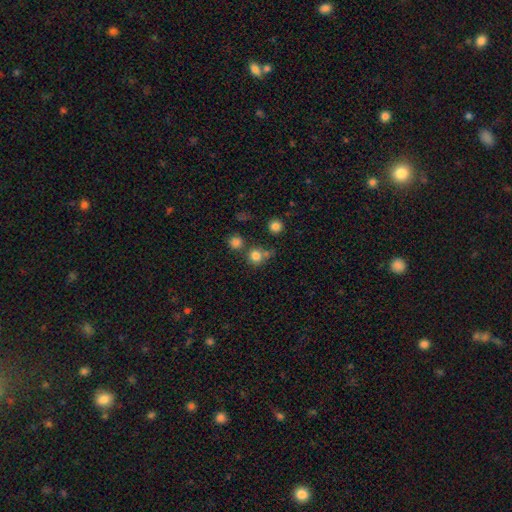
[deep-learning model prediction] Morphology: type=smooth (78%); roundness=round (90%); merging=none (67%).